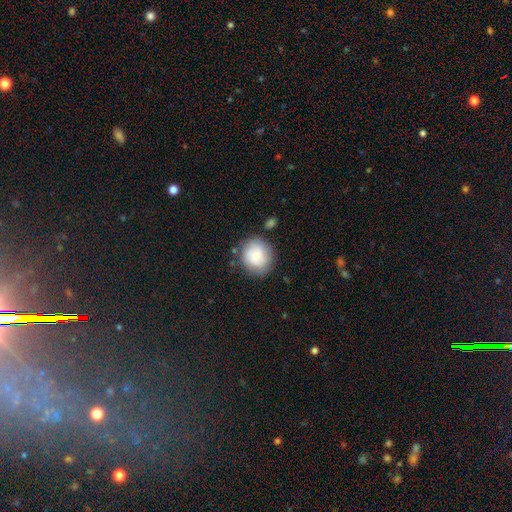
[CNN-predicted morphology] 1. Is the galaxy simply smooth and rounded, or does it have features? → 80% smooth, 13% featured or disk, 7% star or artifact.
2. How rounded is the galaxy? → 85% round, 14% in between, 1% cigar-shaped.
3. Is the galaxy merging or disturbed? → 76% none, 15% minor disturbance, 5% major disturbance, 4% merger.